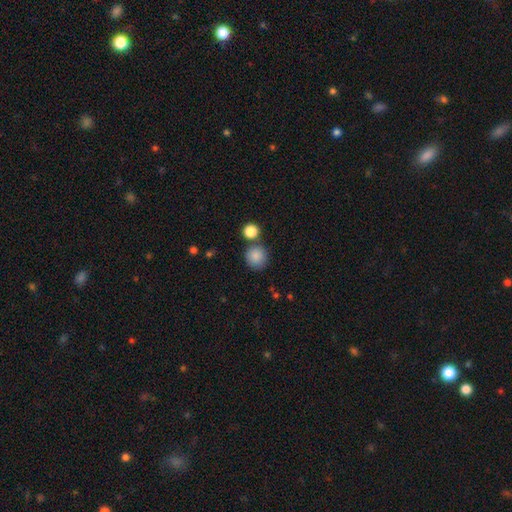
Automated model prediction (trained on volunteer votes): Smooth or featured? Predicted: smooth (p=0.86). How rounded? Predicted: round (p=0.91). Merging? Predicted: none (p=0.74).